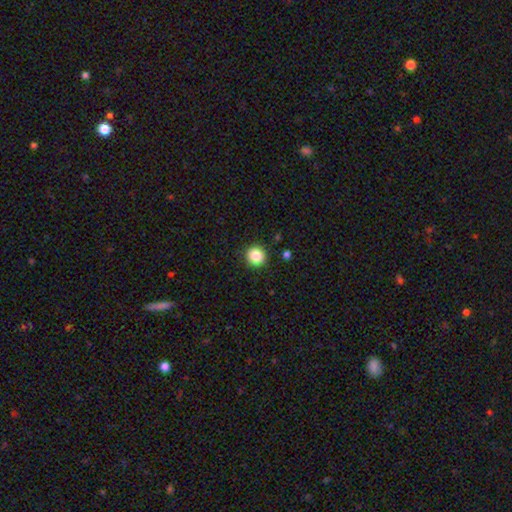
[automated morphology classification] type=smooth (85%); roundness=round (94%); merging=none (91%).